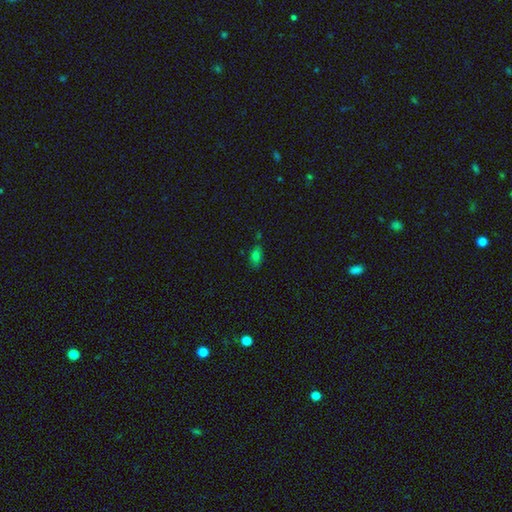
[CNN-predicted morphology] A smooth galaxy with no disk features (72%) that is in between round and cigar-shaped (84%).

Vote fractions:
- Smooth or featured? smooth: 72% / star or artifact: 18% / featured or disk: 10%
- How rounded? in between: 84% / round: 9% / cigar-shaped: 7%
- Merging? none: 71% / minor disturbance: 19% / merger: 6% / major disturbance: 4%